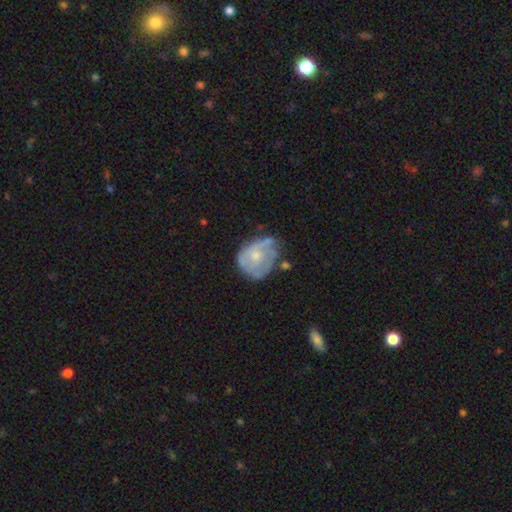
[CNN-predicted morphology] smooth-or-featured: featured or disk: 56% | smooth: 37% | star or artifact: 7%
  disk-edge-on: no: 97% | yes: 3%
    bar: no: 82% | weak: 15% | strong: 2%
    has-spiral-arms: yes: 51% | no: 49%
    bulge-size: small: 49% | moderate: 42% | none: 5% | large: 2% | dominant: 1%
  merging: none: 46% | minor disturbance: 33% | major disturbance: 15% | merger: 6%